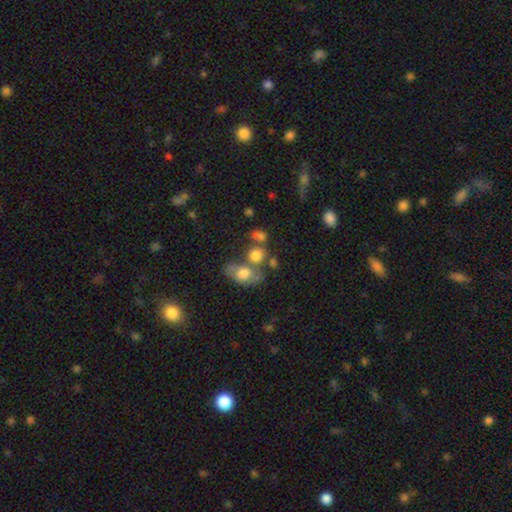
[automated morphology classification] Smooth or featured? Predicted: smooth (p=0.74). How rounded? Predicted: round (p=0.60). Merging? Predicted: none (p=0.44).